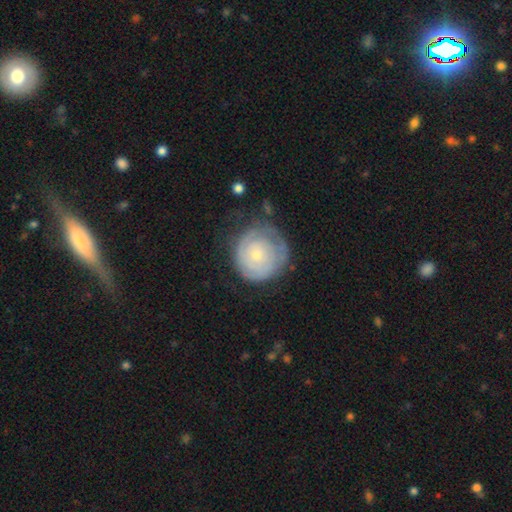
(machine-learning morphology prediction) This is possibly a featured or disk galaxy (57%). It is clearly not viewed edge-on (97%). Bar: clearly no (87%). Spiral arm pattern: likely yes (72%). Central bulge: likely small (70%). Merging: likely none (62%).